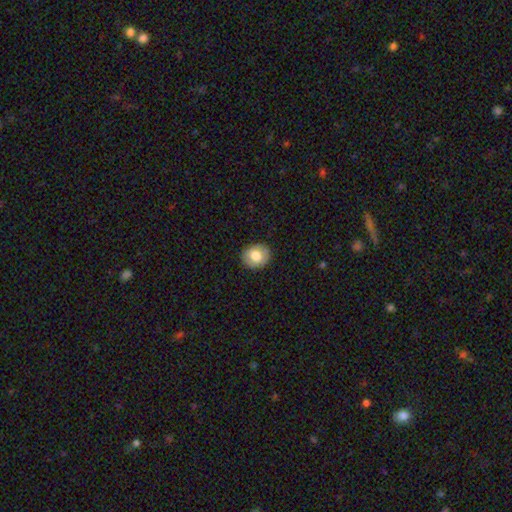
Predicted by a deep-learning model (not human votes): smooth-or-featured: smooth: 76% | featured or disk: 16% | star or artifact: 8%
  how-rounded: round: 64% | in between: 35% | cigar-shaped: 1%
  merging: none: 89% | minor disturbance: 8% | major disturbance: 2% | merger: 1%